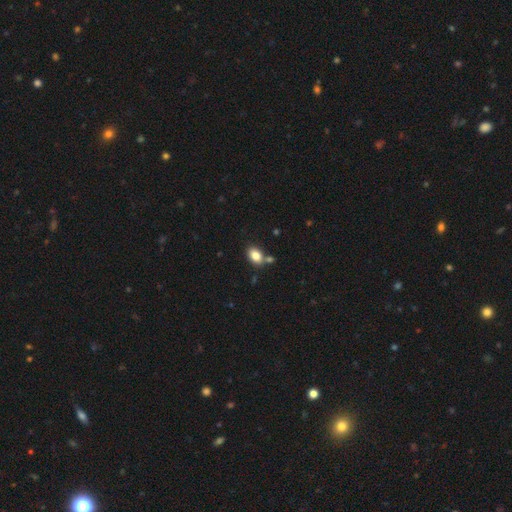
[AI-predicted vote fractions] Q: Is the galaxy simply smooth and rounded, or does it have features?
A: smooth — 84%.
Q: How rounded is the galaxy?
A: in between — 83%.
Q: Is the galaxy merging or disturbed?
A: none — 69%.